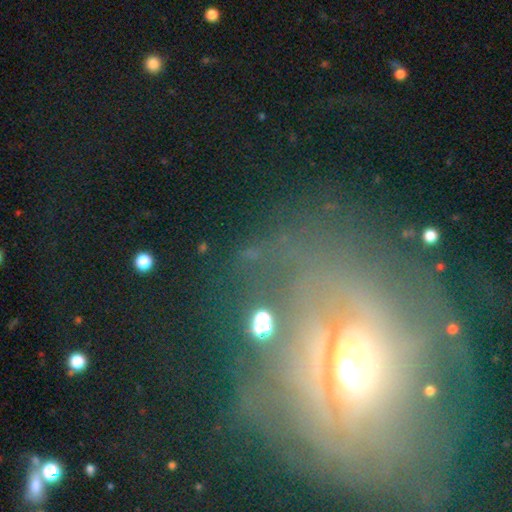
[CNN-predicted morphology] Smooth or featured? featured or disk (54%)
Edge-on disk? no (84%)
Merging? none (64%)